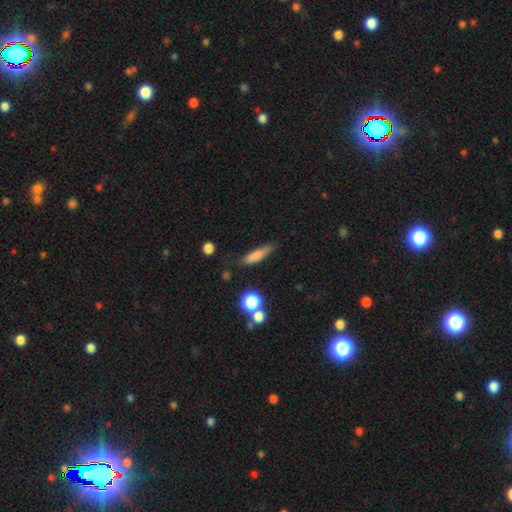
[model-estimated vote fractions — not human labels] The model was most divided on "how rounded": cigar-shaped: 74%, in between: 23%, round: 3%. More confident: smooth or featured — smooth (76%); merging — none (73%).